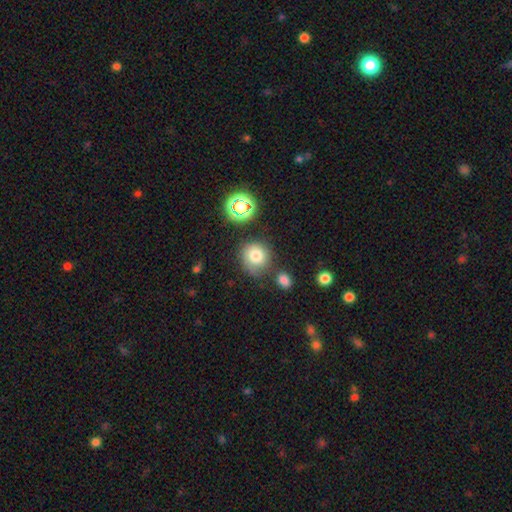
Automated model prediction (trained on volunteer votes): Smooth or featured?
  - smooth: 77% *
  - star or artifact: 13%
  - featured or disk: 10%
How rounded?
  - round: 84% *
  - in between: 15%
  - cigar-shaped: 1%
Merging?
  - none: 66% *
  - minor disturbance: 19%
  - merger: 9%
  - major disturbance: 6%